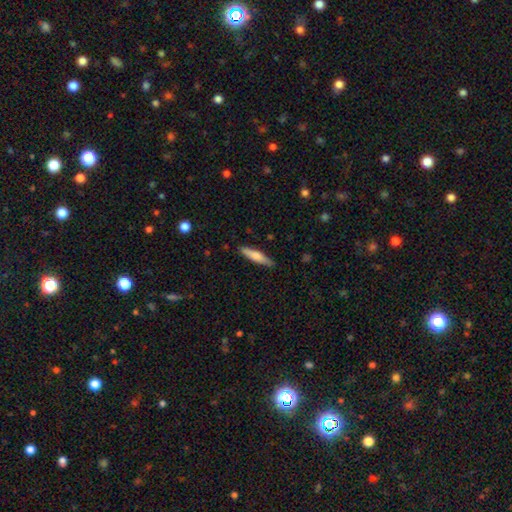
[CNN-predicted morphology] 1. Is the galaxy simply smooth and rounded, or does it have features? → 62% smooth, 32% featured or disk, 6% star or artifact.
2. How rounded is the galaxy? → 83% cigar-shaped, 16% in between, 2% round.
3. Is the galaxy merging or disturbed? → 88% none, 9% minor disturbance, 2% major disturbance, 1% merger.